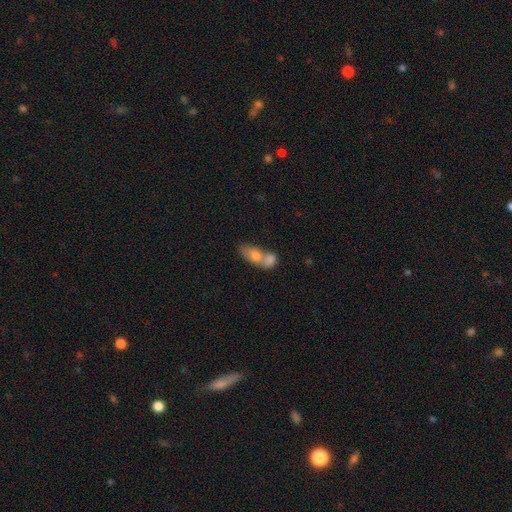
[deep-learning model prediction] This appears to be a smooth galaxy with no disk features (73%) that is in between round and cigar-shaped (77%). Merging: merger (72%).